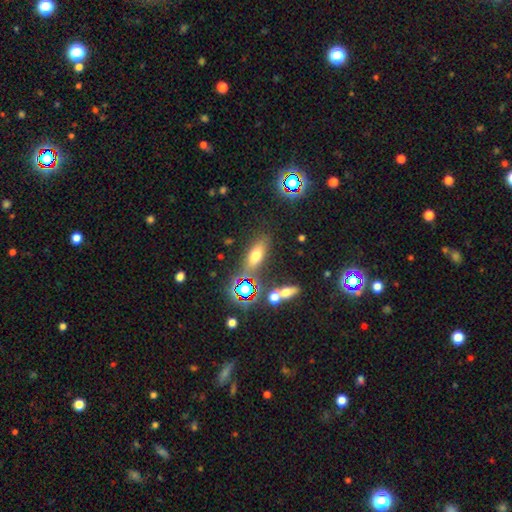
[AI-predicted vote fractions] Smooth or featured? smooth (59%)
How rounded? in between (60%)
Merging? none (72%)